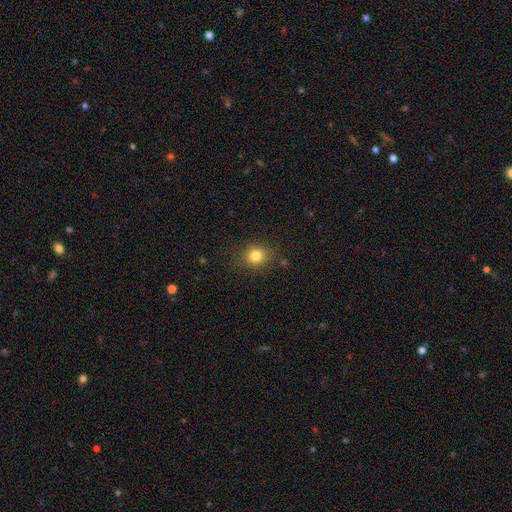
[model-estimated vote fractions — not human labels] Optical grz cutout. It shows a smooth galaxy with no disk features (81%) that is round (80%). Merging: none (86%).